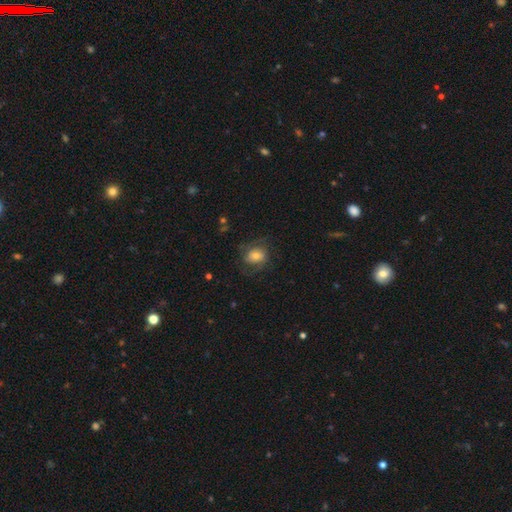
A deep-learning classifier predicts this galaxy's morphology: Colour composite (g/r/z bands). It shows a smooth galaxy with no disk features (46%). Merging: none (65%).